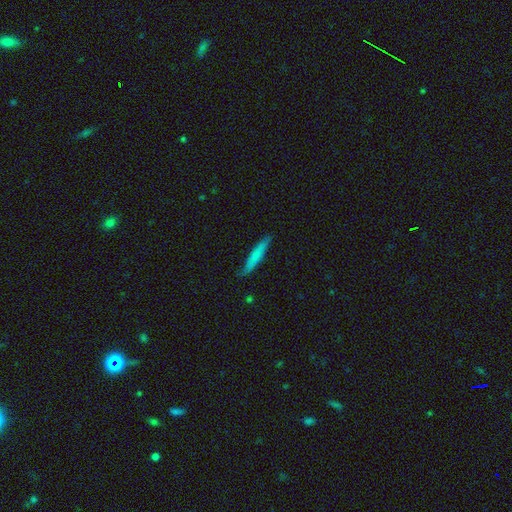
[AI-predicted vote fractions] A smooth galaxy with no disk features (70%) that is cigar-shaped (93%).

Vote fractions:
- Smooth or featured? smooth: 70% / featured or disk: 25% / star or artifact: 6%
- How rounded? cigar-shaped: 93% / in between: 5% / round: 1%
- Merging? none: 81% / minor disturbance: 15% / major disturbance: 3% / merger: 1%